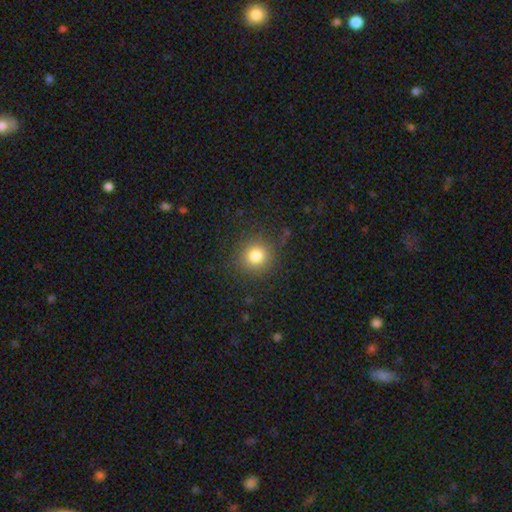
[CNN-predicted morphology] Smooth or featured? smooth (81%)
How rounded? round (92%)
Merging? none (86%)